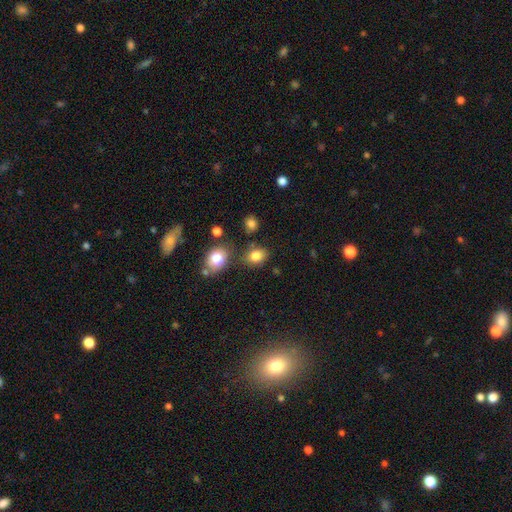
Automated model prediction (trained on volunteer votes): smooth_or_featured: smooth (p=0.81) [alt: star or artifact p=0.12]
how_rounded: in between (p=0.64) [alt: round p=0.34]
merging: none (p=0.72) [alt: minor disturbance p=0.15]